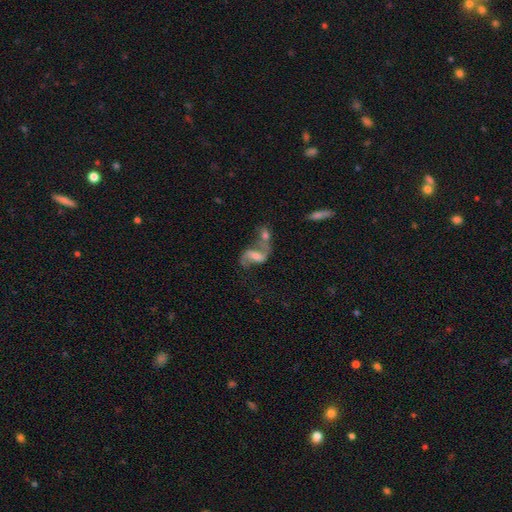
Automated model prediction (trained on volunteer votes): Smooth or featured: featured or disk — 65% (smooth — 26%)
Edge-on disk: no — 95% (yes — 5%)
Bar: weak — 44% (no — 29%)
Spiral arms: yes — 83% (no — 17%)
Spiral winding: loose — 72% (medium — 23%)
Spiral arm count: 2 — 84% (1 — 8%)
Bulge size: moderate — 37% (small — 29%)
Merging: merger — 52% (none — 25%)